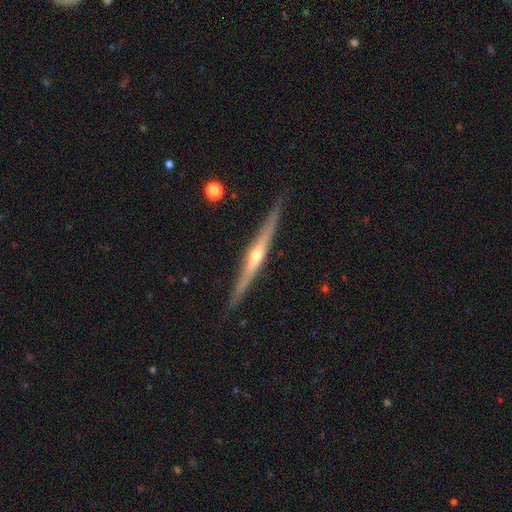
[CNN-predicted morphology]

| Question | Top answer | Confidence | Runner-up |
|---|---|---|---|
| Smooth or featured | featured or disk | 77% | smooth (18%) |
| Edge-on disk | yes | 97% | no (3%) |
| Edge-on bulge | rounded | 84% | none (12%) |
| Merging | none | 86% | minor disturbance (10%) |